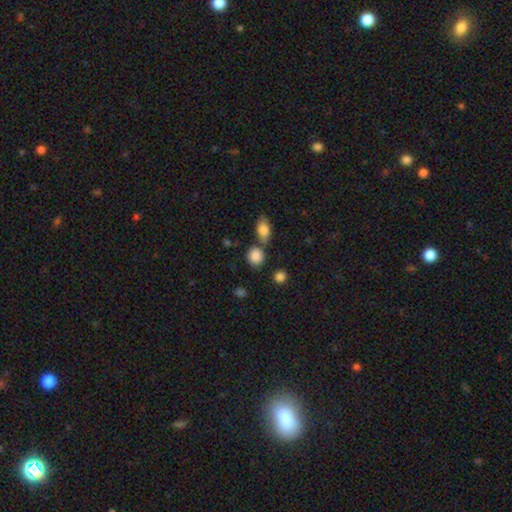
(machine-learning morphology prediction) Smooth or featured: smooth — 86% (star or artifact — 9%)
How rounded: round — 73% (in between — 25%)
Merging: none — 66% (merger — 19%)